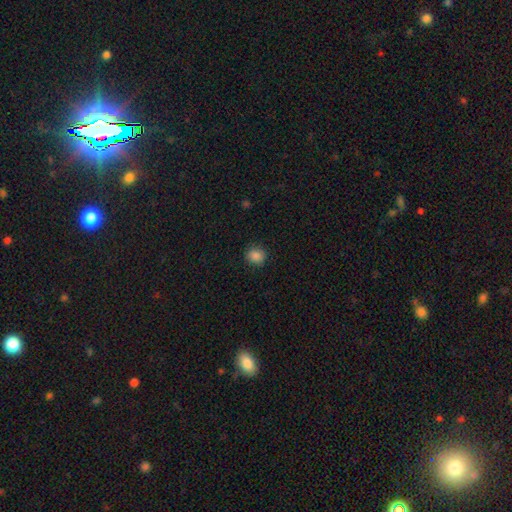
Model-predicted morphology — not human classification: Smooth or featured? Predicted: smooth (p=0.86). How rounded? Predicted: round (p=0.80). Merging? Predicted: none (p=0.87).